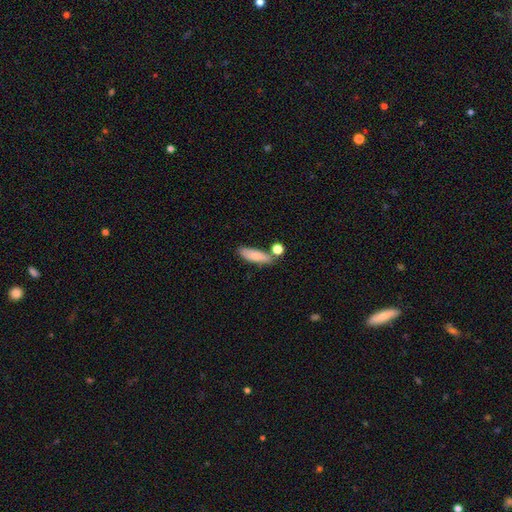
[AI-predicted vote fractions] smooth 79%, featured or disk 14%, star or artifact 7%. Down the decision tree: how rounded — in between (49%); merging — none (63%).